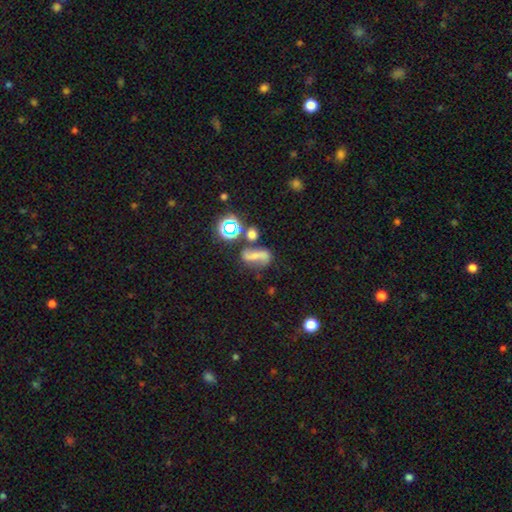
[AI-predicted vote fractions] Morphology: type=smooth (39%); merging=none (46%).